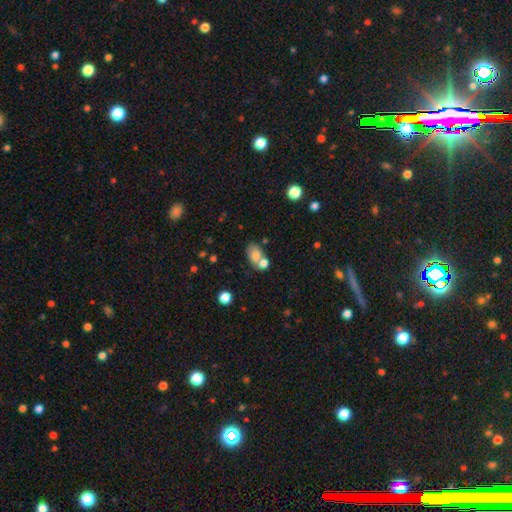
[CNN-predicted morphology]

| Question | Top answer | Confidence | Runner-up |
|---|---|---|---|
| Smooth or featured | smooth | 72% | featured or disk (18%) |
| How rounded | in between | 74% | round (24%) |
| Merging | merger | 45% | none (40%) |